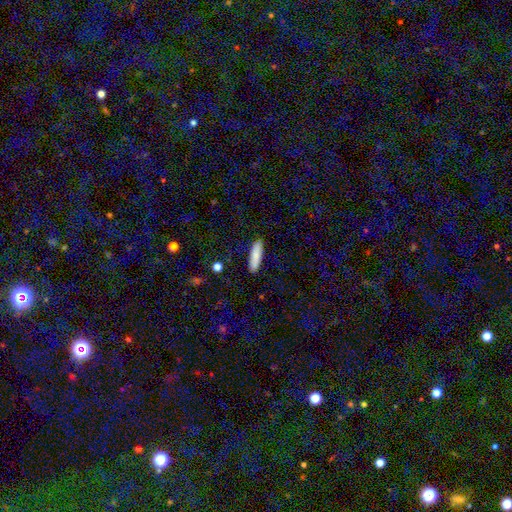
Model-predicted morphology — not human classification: smooth-or-featured: smooth: 84% | featured or disk: 10% | star or artifact: 6%
  how-rounded: cigar-shaped: 65% | in between: 33% | round: 2%
  merging: none: 89% | minor disturbance: 8% | major disturbance: 2% | merger: 1%